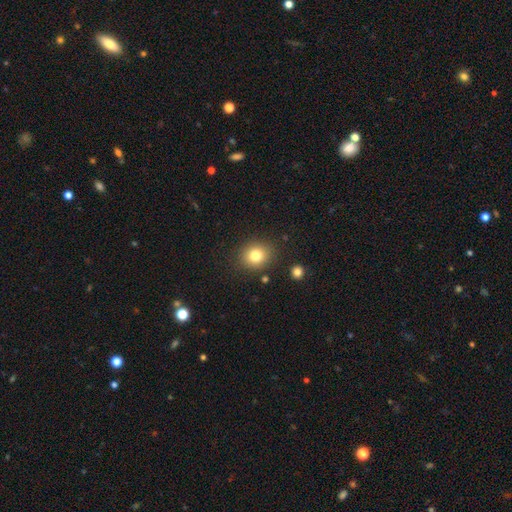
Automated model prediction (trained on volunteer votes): Smooth or featured? smooth (80%)
How rounded? round (70%)
Merging? none (85%)